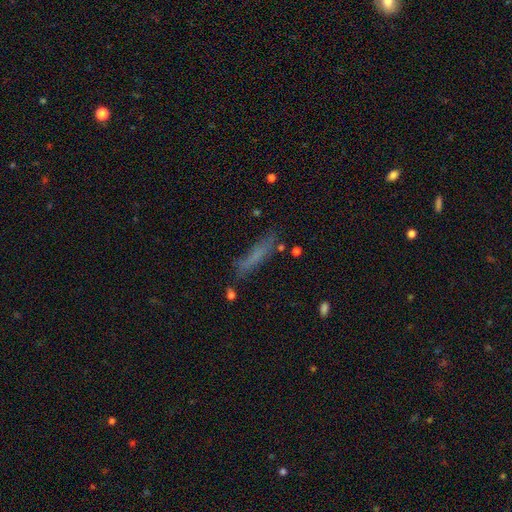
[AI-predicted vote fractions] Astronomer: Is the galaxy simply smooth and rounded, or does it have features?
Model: smooth — 63%.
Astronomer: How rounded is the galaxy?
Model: cigar-shaped — 85%.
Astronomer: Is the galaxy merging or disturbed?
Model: none — 68%.